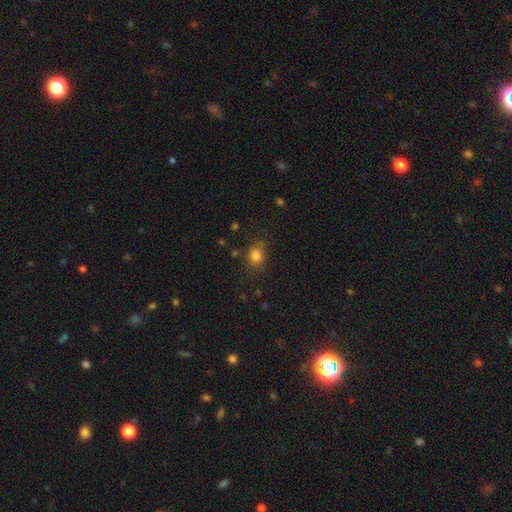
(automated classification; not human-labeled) Smooth or featured: smooth — 82% (star or artifact — 12%)
How rounded: round — 59% (in between — 40%)
Merging: none — 71% (minor disturbance — 20%)